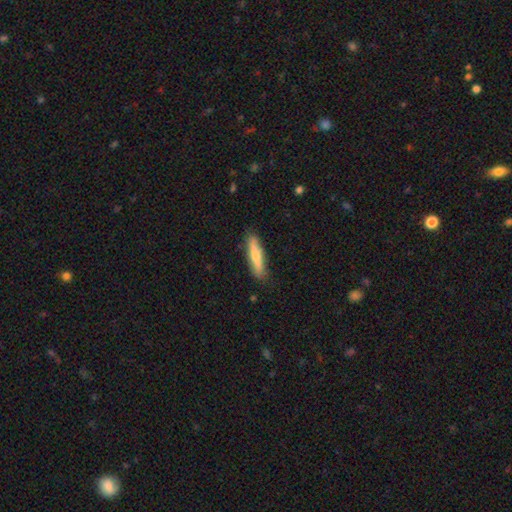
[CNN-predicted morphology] This is likely a smooth galaxy (63%). How rounded: clearly cigar-shaped (83%). Merging: clearly none (85%).